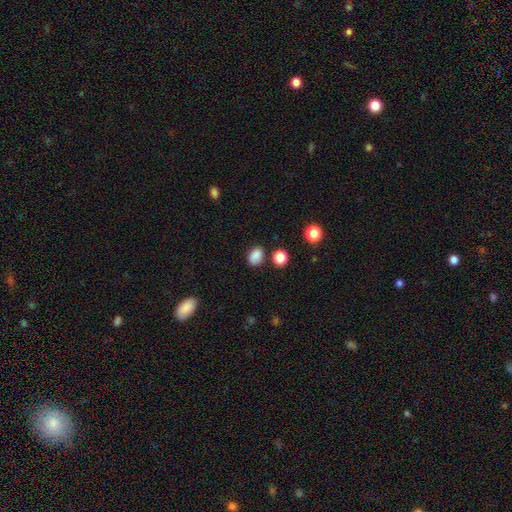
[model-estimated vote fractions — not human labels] This is clearly a smooth galaxy (85%). How rounded: likely in between (68%). Merging: likely none (78%).